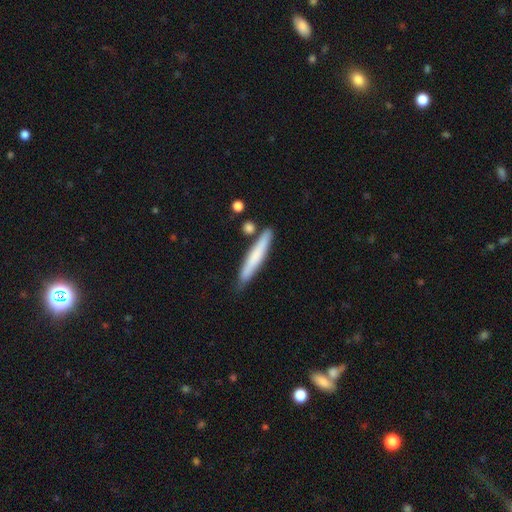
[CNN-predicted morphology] This is likely a smooth galaxy (66%). How rounded: clearly cigar-shaped (94%). Merging: likely none (78%).